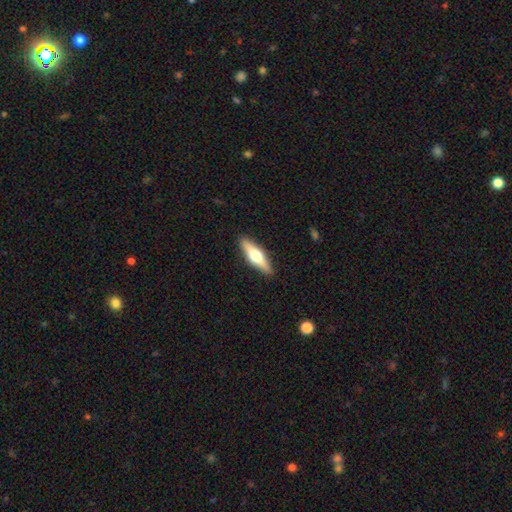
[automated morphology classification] Q: Smooth or featured?
A: featured or disk (52%); runner-up: smooth (43%)
Q: Edge-on disk?
A: yes (94%); runner-up: no (6%)
Q: Merging?
A: none (90%); runner-up: minor disturbance (7%)